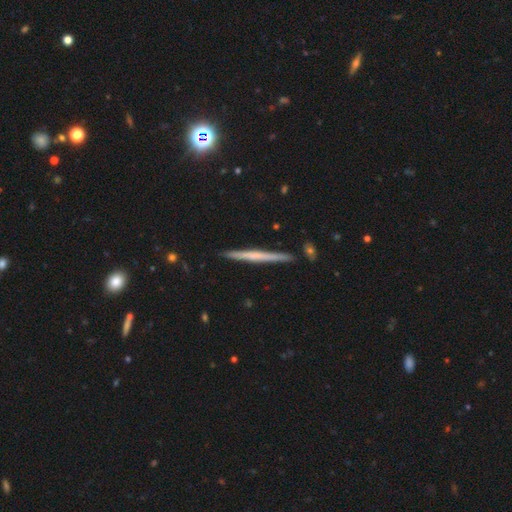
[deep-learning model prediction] Smooth or featured?
  - featured or disk: 56% *
  - smooth: 38%
  - star or artifact: 6%
Edge-on disk?
  - yes: 98% *
  - no: 2%
Edge-on bulge?
  - none: 75% *
  - rounded: 17%
  - boxy: 8%
Merging?
  - none: 90% *
  - minor disturbance: 7%
  - merger: 2%
  - major disturbance: 1%